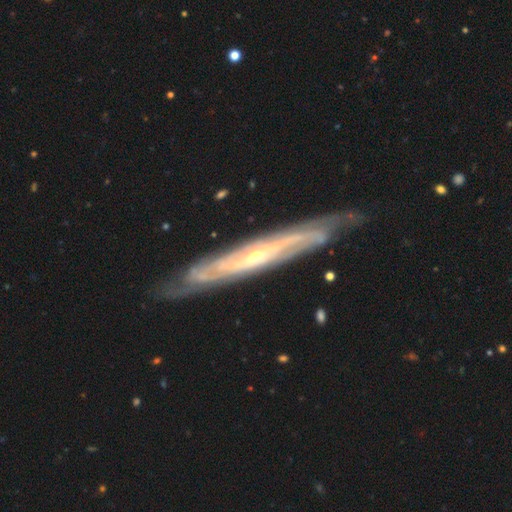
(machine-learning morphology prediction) Smooth or featured: featured or disk — 85% (smooth — 9%)
Edge-on disk: no — 51% (yes — 49%)
Merging: none — 78% (minor disturbance — 16%)